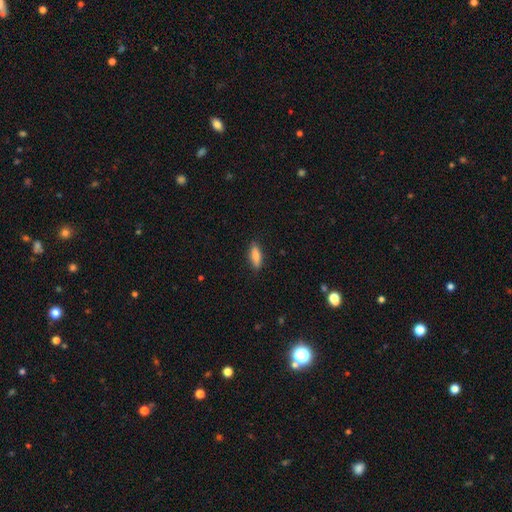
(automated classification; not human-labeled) This is likely a smooth galaxy (79%). How rounded: possibly in between (56%). Merging: clearly none (87%).